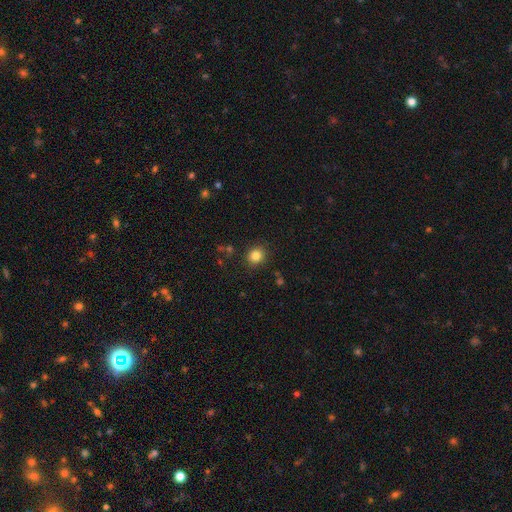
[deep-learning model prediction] This appears to be a smooth galaxy with no disk features (83%) that is round (85%). Merging: none (87%).